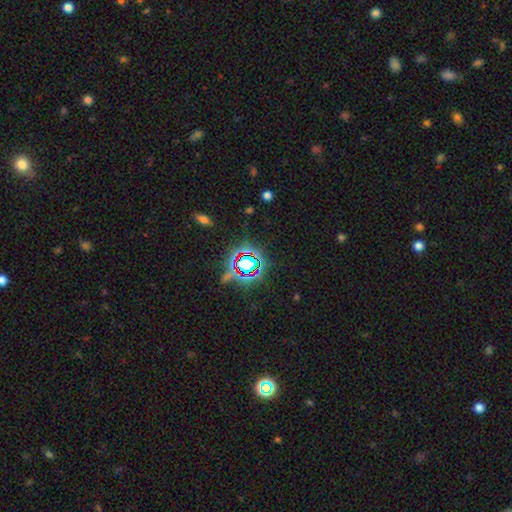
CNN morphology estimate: smooth-or-featured: star or artifact: 75% | smooth: 16% | featured or disk: 9%